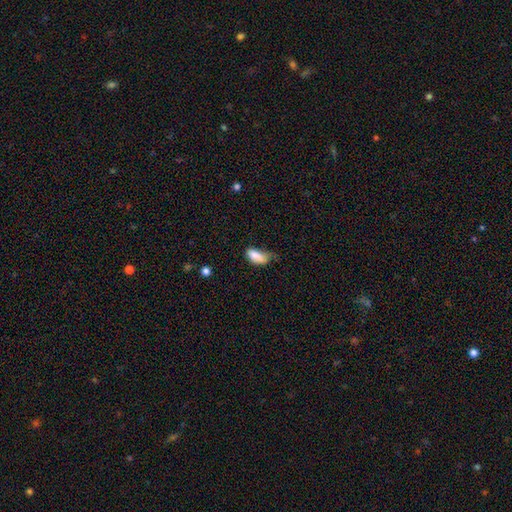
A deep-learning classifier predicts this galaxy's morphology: The model was most divided on "merging": minor disturbance: 43%, none: 31%, major disturbance: 23%, merger: 4%. More confident: how rounded — in between (90%); smooth or featured — smooth (84%).